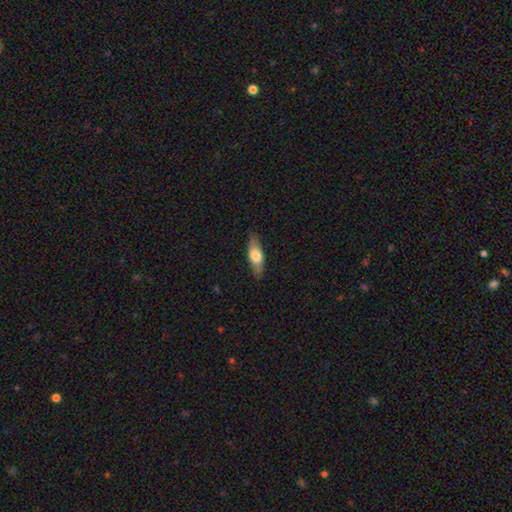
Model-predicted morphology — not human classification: type=smooth (62%); roundness=in between (57%); merging=none (85%).